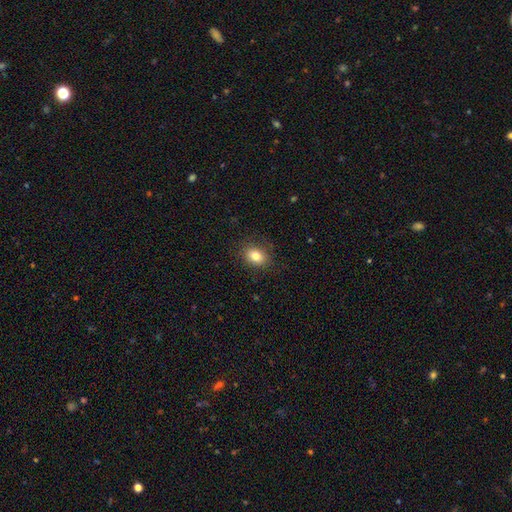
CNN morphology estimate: smooth 81%, star or artifact 10%, featured or disk 9%. Down the decision tree: how rounded — in between (59%); merging — none (85%).